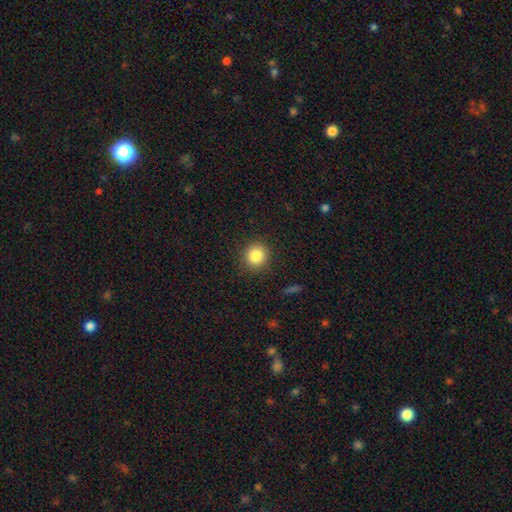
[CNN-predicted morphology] Smooth or featured: smooth — 84% (star or artifact — 10%)
How rounded: round — 92% (in between — 7%)
Merging: none — 90% (minor disturbance — 7%)